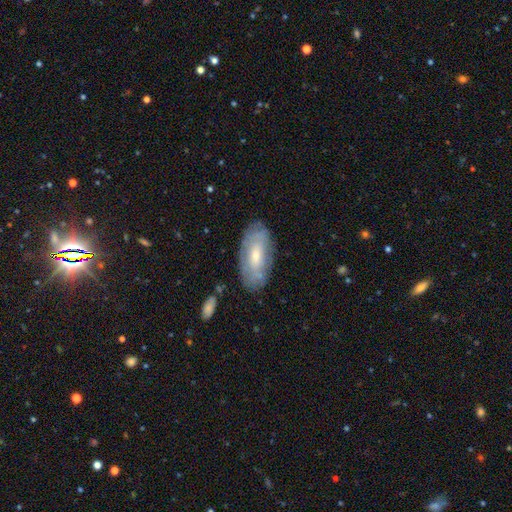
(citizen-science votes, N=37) smooth_or_featured: smooth (p=0.49) [alt: featured or disk p=0.43]
how_rounded: in between (p=0.83) [alt: cigar-shaped p=0.17]
merging: none (p=0.94) [alt: minor disturbance p=0.03]